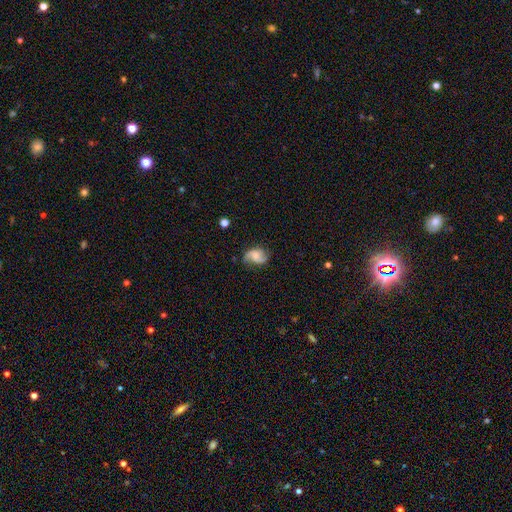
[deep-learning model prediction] This appears to be a featured or disk galaxy (75%) with no bar (56%), 2 (88%) loose (49%) spiral arms (95%) and a small central bulge (44%). Merging: none (71%).